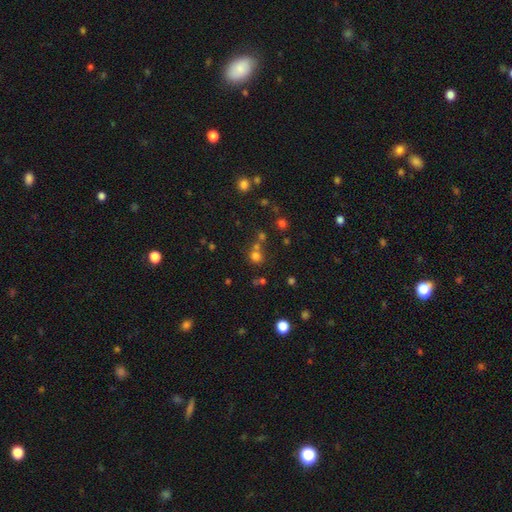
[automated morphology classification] smooth-or-featured: smooth: 67% | star or artifact: 24% | featured or disk: 9%
  how-rounded: round: 86% | in between: 13% | cigar-shaped: 1%
  merging: none: 61% | merger: 27% | minor disturbance: 8% | major disturbance: 4%